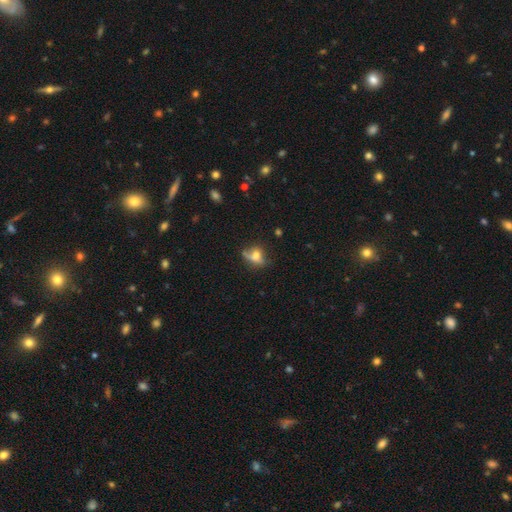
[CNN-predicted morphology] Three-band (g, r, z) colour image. It shows a smooth galaxy with no disk features (55%) that is in between round and cigar-shaped (57%). Merging: none (43%).